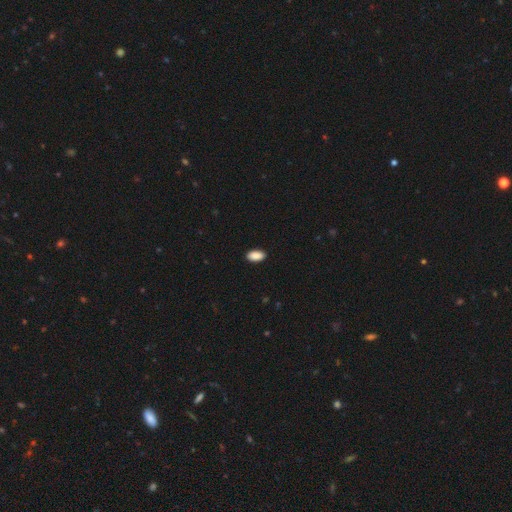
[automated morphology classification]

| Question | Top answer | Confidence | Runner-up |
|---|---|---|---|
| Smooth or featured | smooth | 90% | star or artifact (7%) |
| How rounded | in between | 94% | cigar-shaped (3%) |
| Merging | none | 90% | minor disturbance (8%) |